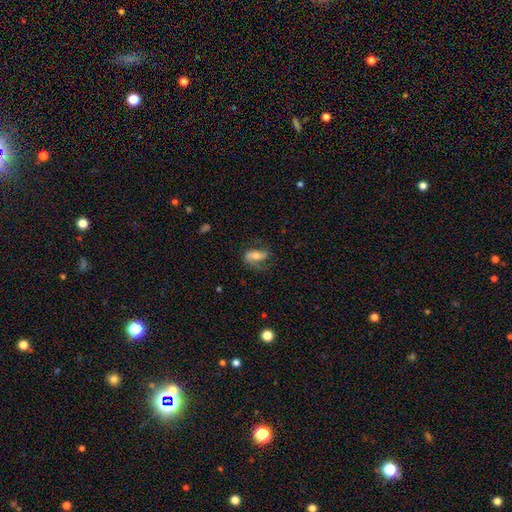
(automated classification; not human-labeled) This is possibly a featured or disk galaxy (58%). It is clearly not viewed edge-on (91%). Bar: marginally strong (36%). Spiral arm pattern: clearly yes (84%). Central bulge: possibly moderate (59%). Merging: possibly none (59%).